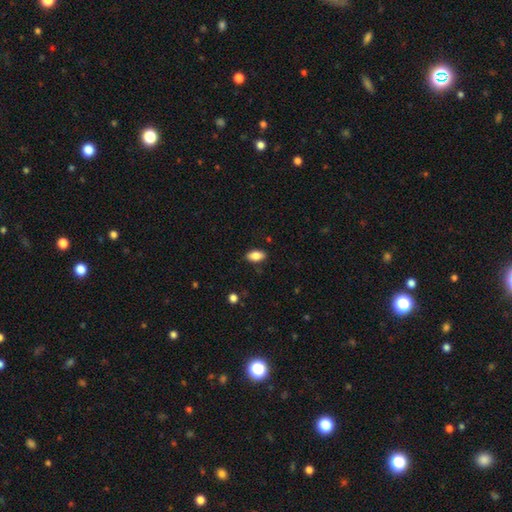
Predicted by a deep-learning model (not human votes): Morphology: type=smooth (84%); roundness=in between (91%); merging=none (86%).